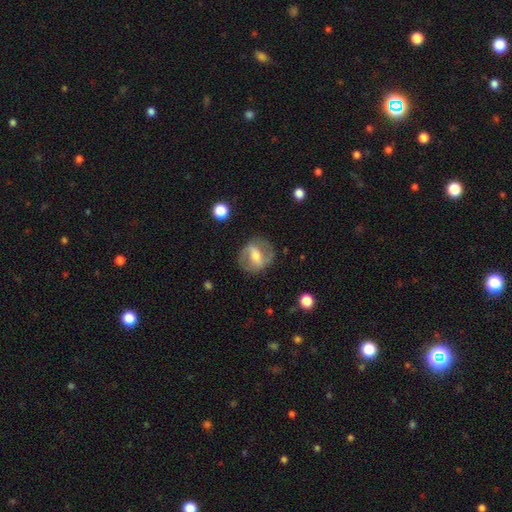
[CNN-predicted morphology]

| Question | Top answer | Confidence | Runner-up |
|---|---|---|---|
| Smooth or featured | featured or disk | 69% | smooth (24%) |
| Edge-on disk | no | 94% | yes (6%) |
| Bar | strong | 51% | weak (34%) |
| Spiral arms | yes | 71% | no (29%) |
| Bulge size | moderate | 58% | small (30%) |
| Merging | none | 78% | minor disturbance (13%) |